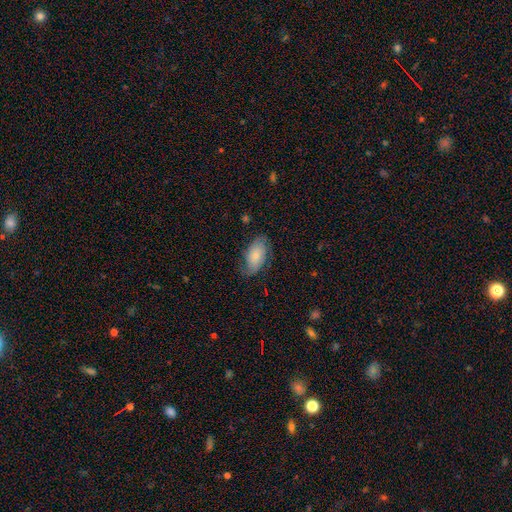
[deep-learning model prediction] Q: Smooth or featured?
A: smooth (54%); runner-up: featured or disk (39%)
Q: How rounded?
A: in between (93%); runner-up: round (5%)
Q: Merging?
A: none (67%); runner-up: minor disturbance (22%)